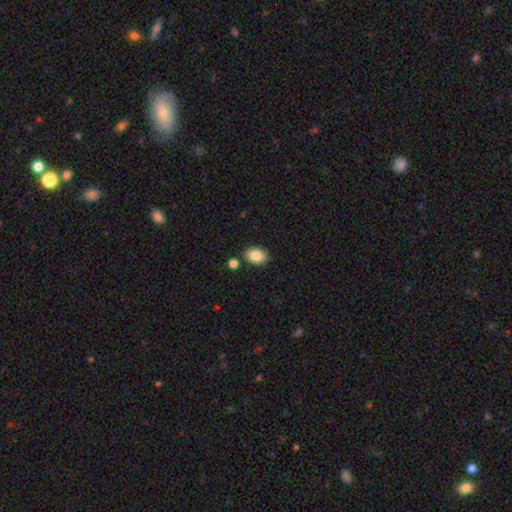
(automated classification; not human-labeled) Smooth or featured?
  - smooth: 86% *
  - star or artifact: 8%
  - featured or disk: 6%
How rounded?
  - in between: 81% *
  - round: 18%
  - cigar-shaped: 1%
Merging?
  - none: 82% *
  - minor disturbance: 10%
  - merger: 5%
  - major disturbance: 2%